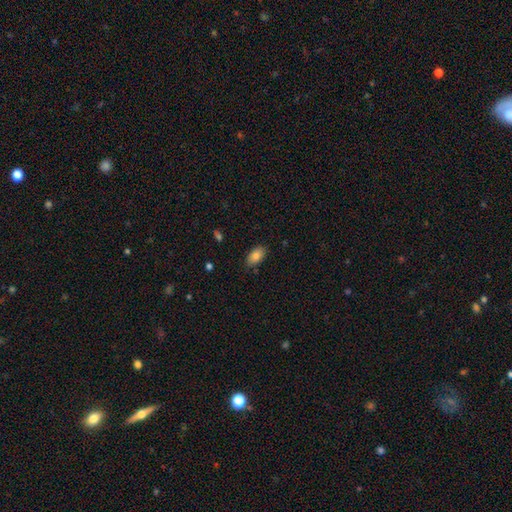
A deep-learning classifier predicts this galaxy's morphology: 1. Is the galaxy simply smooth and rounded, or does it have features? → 84% smooth, 8% featured or disk, 8% star or artifact.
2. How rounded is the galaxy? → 93% in between, 5% round, 2% cigar-shaped.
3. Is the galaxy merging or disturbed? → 83% none, 13% minor disturbance, 2% major disturbance, 1% merger.